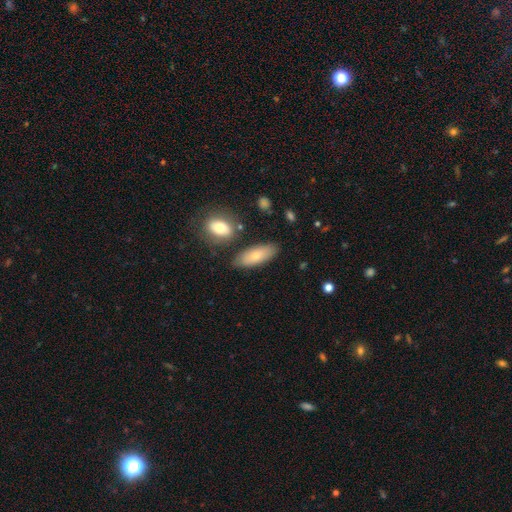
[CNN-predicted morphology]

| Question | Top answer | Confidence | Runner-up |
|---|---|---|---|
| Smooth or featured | smooth | 72% | featured or disk (21%) |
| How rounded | in between | 75% | cigar-shaped (21%) |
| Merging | none | 77% | minor disturbance (14%) |